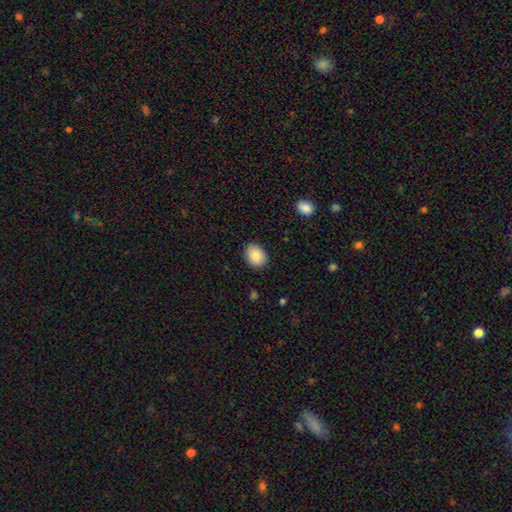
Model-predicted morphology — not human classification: The model was most divided on "how rounded": in between: 62%, round: 37%, cigar-shaped: 1%. More confident: smooth or featured — smooth (88%); merging — none (86%).